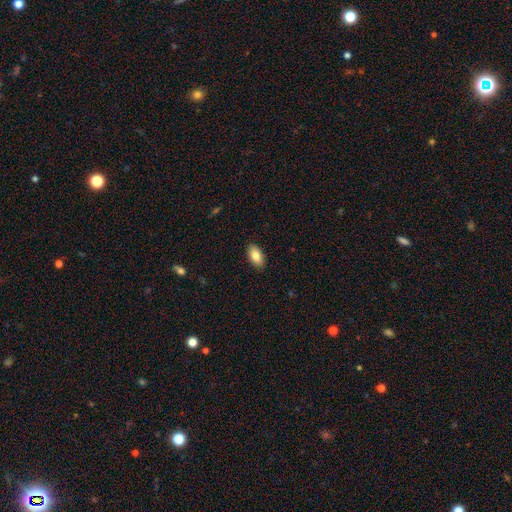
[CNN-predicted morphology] smooth 83%, featured or disk 10%, star or artifact 7%. Down the decision tree: how rounded — in between (93%); merging — none (89%).